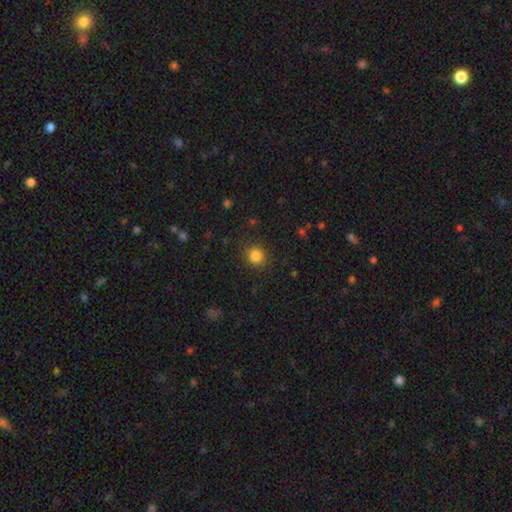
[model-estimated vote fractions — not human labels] This appears to be a smooth galaxy with no disk features (84%) that is round (88%). Merging: none (87%).